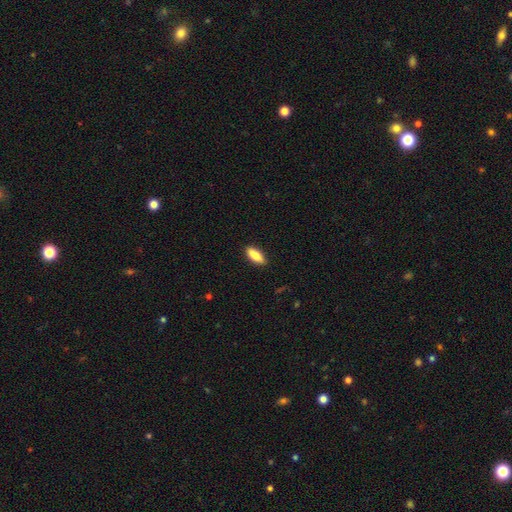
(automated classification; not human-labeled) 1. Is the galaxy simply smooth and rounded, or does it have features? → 83% smooth, 10% featured or disk, 6% star or artifact.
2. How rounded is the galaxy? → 73% in between, 25% cigar-shaped, 2% round.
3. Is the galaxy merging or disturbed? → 88% none, 9% minor disturbance, 2% major disturbance, 1% merger.